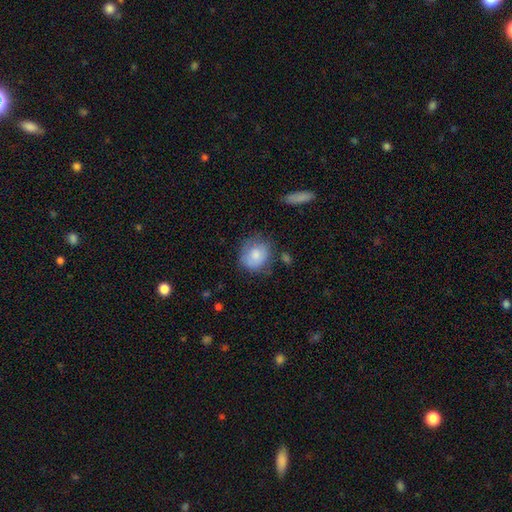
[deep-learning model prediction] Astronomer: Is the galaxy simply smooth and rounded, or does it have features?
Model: smooth — 78%.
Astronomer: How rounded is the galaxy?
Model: round — 75%.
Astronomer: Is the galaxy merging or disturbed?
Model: none — 59%.